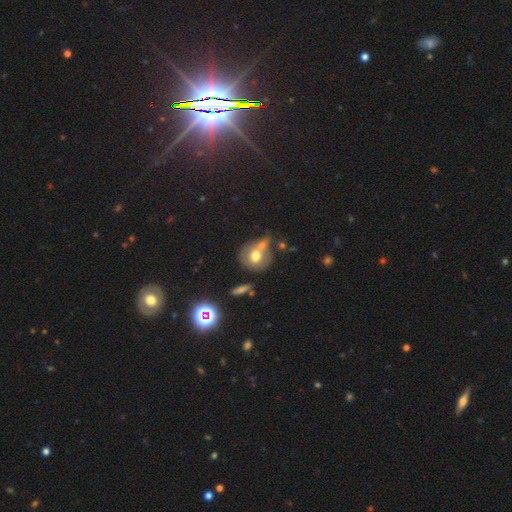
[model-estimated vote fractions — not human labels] Smooth or featured? smooth (65%)
How rounded? round (77%)
Merging? none (41%)